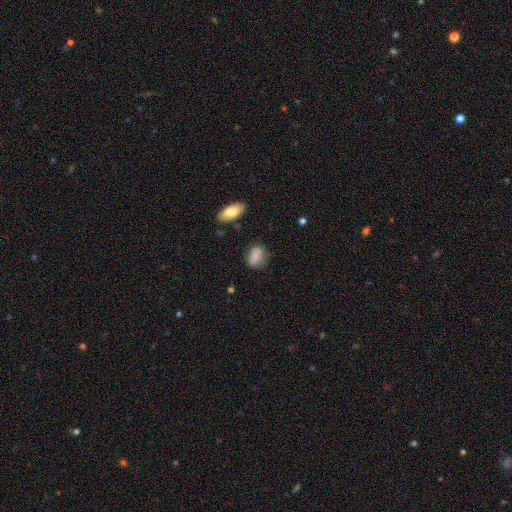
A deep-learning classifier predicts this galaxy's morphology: This appears to be a smooth galaxy with no disk features (75%) that is in between round and cigar-shaped (76%). Merging: none (66%).